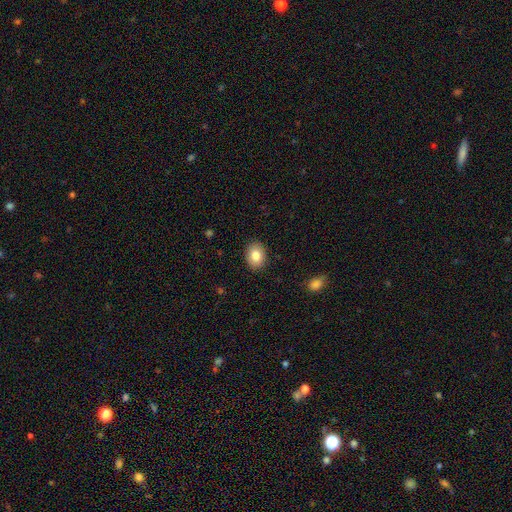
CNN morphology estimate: Smooth or featured? smooth (84%)
How rounded? in between (65%)
Merging? none (89%)